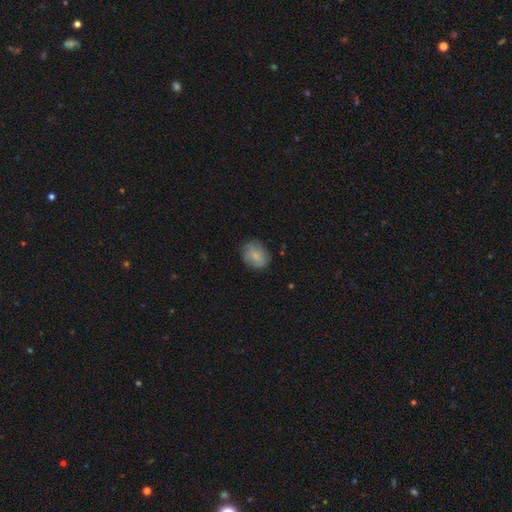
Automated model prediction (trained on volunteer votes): Morphology: type=smooth (74%); roundness=round (50%); merging=none (75%).